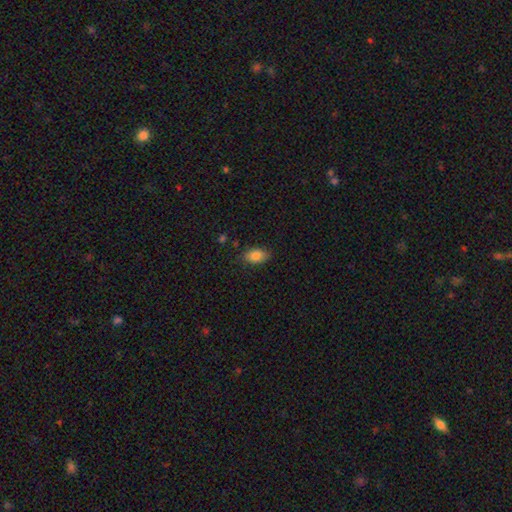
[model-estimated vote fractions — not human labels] A smooth galaxy with no disk features (85%) that is in between round and cigar-shaped (89%). Merging: none (81%).